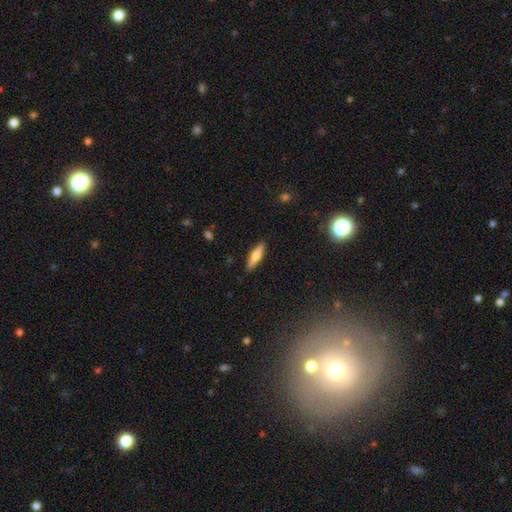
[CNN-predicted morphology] The model was most divided on "smooth or featured": smooth: 58%, featured or disk: 36%, star or artifact: 6%. More confident: merging — none (90%); how rounded — cigar-shaped (75%).